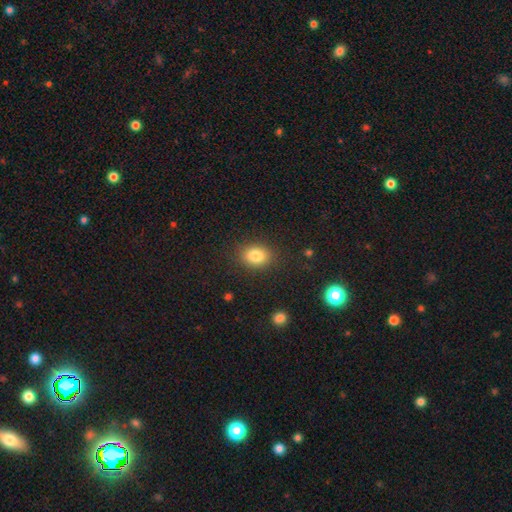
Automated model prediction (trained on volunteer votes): Q: Smooth or featured?
A: smooth (83%); runner-up: star or artifact (10%)
Q: How rounded?
A: in between (59%); runner-up: round (40%)
Q: Merging?
A: none (86%); runner-up: minor disturbance (10%)